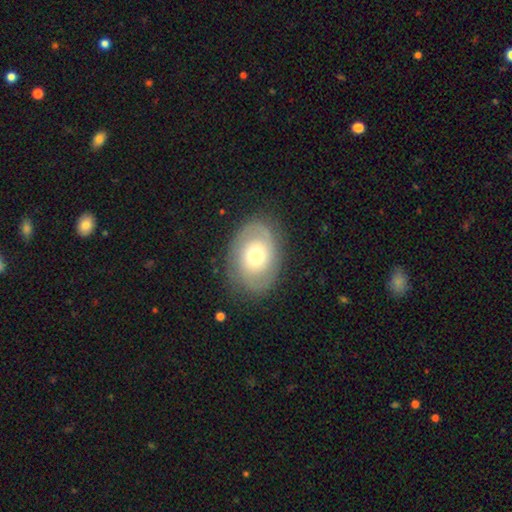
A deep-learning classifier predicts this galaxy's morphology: This is possibly a featured or disk galaxy (58%). It is clearly not viewed edge-on (95%). Bar: likely no (79%). Spiral arm pattern: likely yes (70%). Central bulge: likely moderate (65%). Merging: likely none (80%).